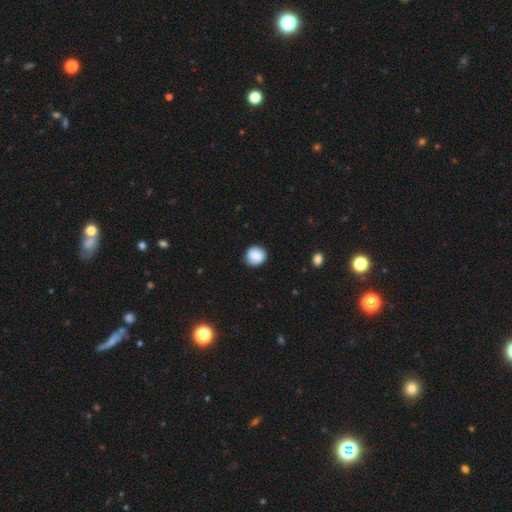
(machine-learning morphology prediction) A smooth galaxy with no disk features (86%) that is round (89%). Merging: none (85%).